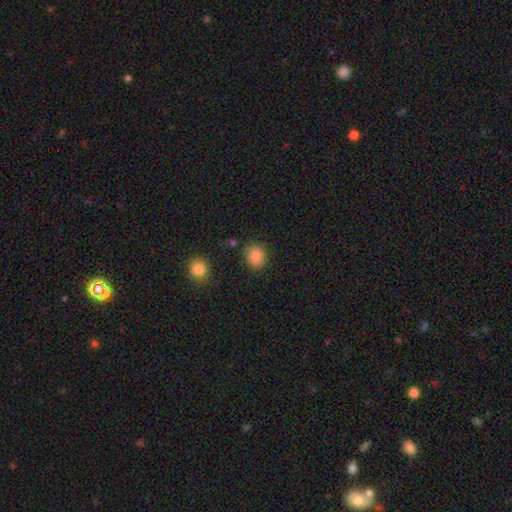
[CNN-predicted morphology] A smooth galaxy with no disk features (83%) that is round (68%).

Vote fractions:
- Smooth or featured? smooth: 83% / star or artifact: 9% / featured or disk: 7%
- How rounded? round: 68% / in between: 31% / cigar-shaped: 1%
- Merging? none: 76% / minor disturbance: 17% / major disturbance: 4% / merger: 3%